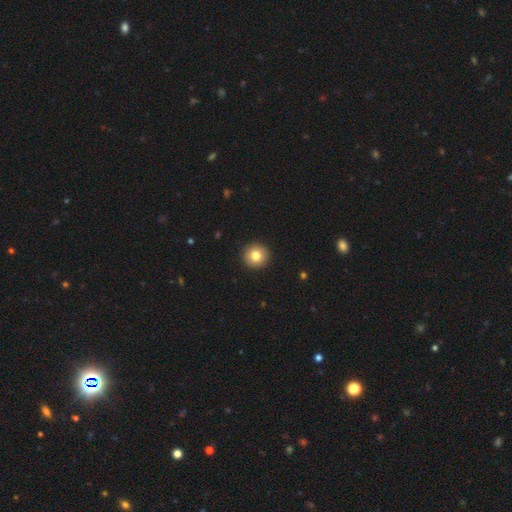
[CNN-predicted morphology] A smooth galaxy with no disk features (81%) that is round (96%).

Vote fractions:
- Smooth or featured? smooth: 81% / star or artifact: 10% / featured or disk: 9%
- How rounded? round: 96% / in between: 3% / cigar-shaped: 1%
- Merging? none: 94% / minor disturbance: 4% / major disturbance: 1% / merger: 1%